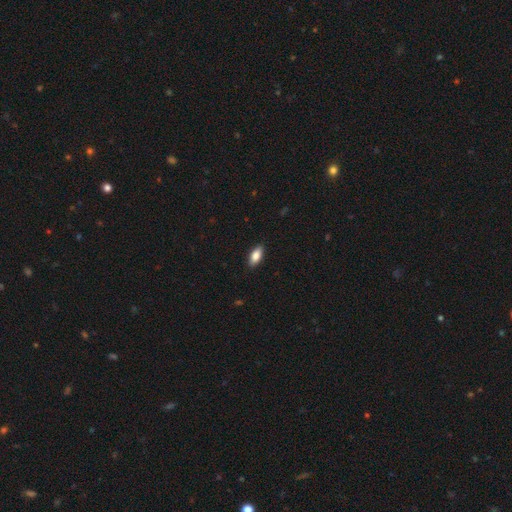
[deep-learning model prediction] The model was most divided on "smooth or featured": smooth: 84%, featured or disk: 9%, star or artifact: 6%. More confident: merging — none (88%); how rounded — in between (87%).